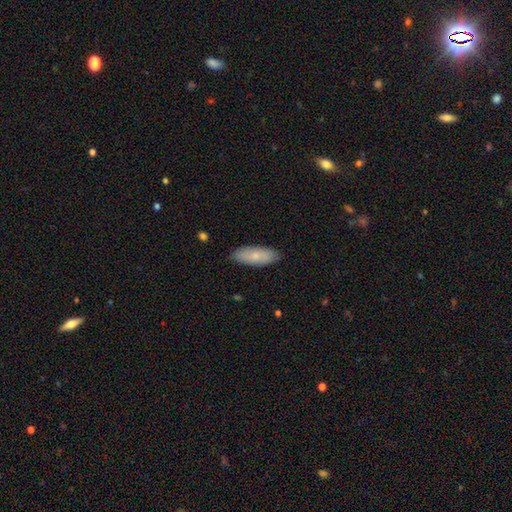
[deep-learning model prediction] This is likely a smooth galaxy (75%). How rounded: likely in between (73%). Merging: clearly none (87%).